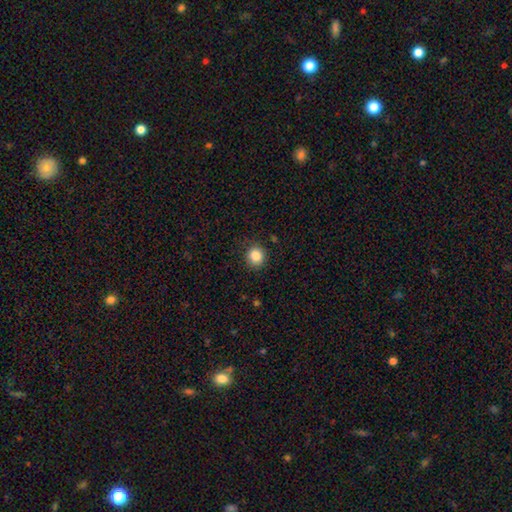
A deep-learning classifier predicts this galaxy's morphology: Smooth or featured: smooth — 86% (star or artifact — 10%)
How rounded: round — 84% (in between — 15%)
Merging: none — 87% (minor disturbance — 9%)